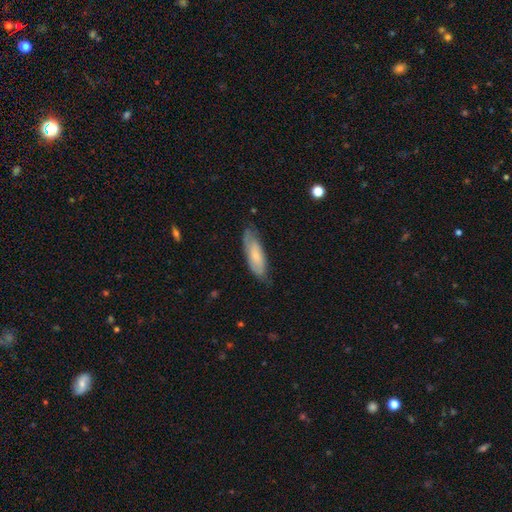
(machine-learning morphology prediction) type=smooth (61%); roundness=in between (59%); merging=none (64%).